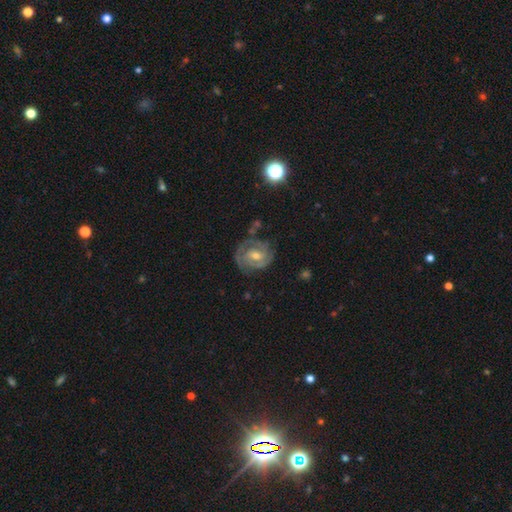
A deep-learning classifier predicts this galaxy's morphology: A featured or disk galaxy (80%) with a weak bar (45%), 2 (49%) tight (64%) spiral arms (90%) and a moderate central bulge (61%). Merging: none (63%).